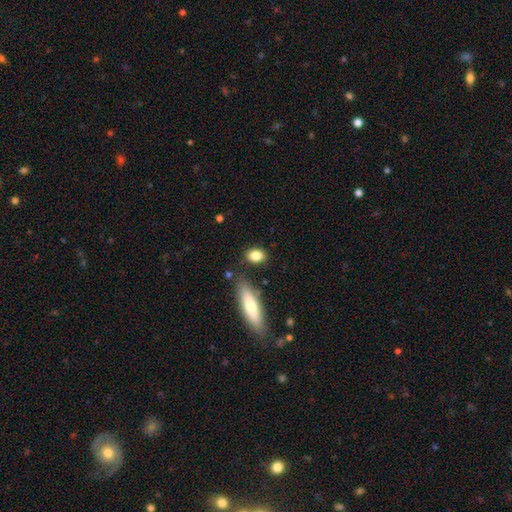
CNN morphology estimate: Overall: smooth (83%). How rounded: in between (70%). Merging: none (78%).